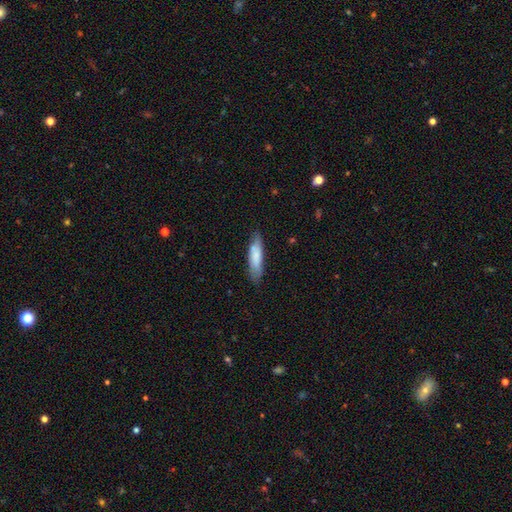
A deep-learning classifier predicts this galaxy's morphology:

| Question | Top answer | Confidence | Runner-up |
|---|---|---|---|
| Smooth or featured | smooth | 76% | featured or disk (18%) |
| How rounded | cigar-shaped | 68% | in between (31%) |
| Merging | none | 75% | minor disturbance (19%) |